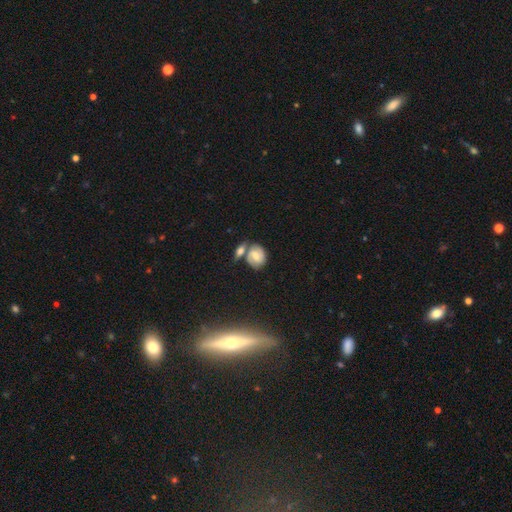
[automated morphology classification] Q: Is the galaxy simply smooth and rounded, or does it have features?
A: featured or disk — 55%.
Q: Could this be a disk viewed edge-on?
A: no — 95%.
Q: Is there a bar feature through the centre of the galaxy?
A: weak — 43%.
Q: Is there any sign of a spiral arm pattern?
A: yes — 82%.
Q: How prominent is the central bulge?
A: moderate — 57%.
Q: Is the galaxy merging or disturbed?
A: none — 48%.